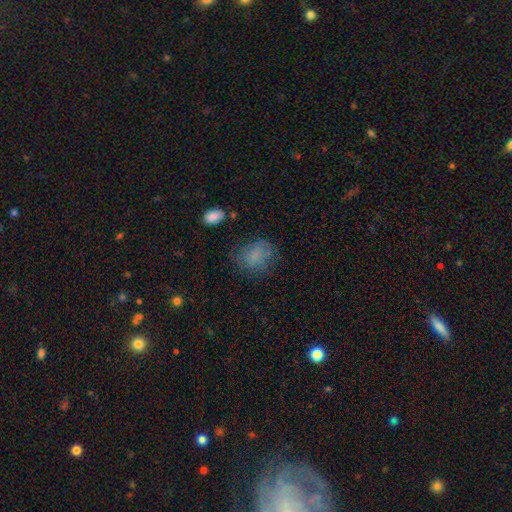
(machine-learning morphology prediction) Smooth or featured?
  - smooth: 75% *
  - featured or disk: 13%
  - star or artifact: 12%
How rounded?
  - round: 52% *
  - in between: 47%
  - cigar-shaped: 1%
Merging?
  - none: 65% *
  - minor disturbance: 22%
  - major disturbance: 12%
  - merger: 2%